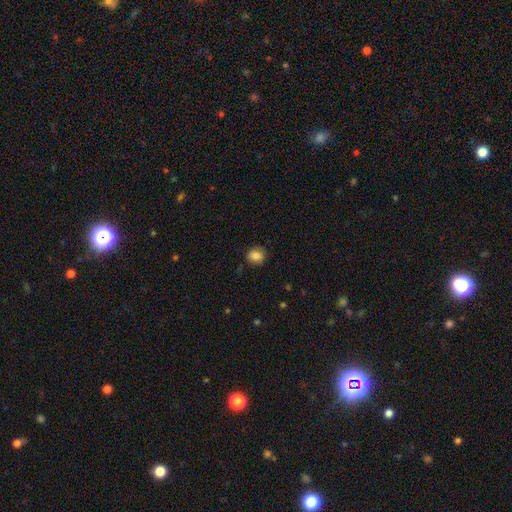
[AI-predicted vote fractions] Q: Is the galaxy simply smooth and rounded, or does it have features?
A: smooth — 84%.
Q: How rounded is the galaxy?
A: round — 63%.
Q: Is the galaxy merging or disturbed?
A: none — 82%.